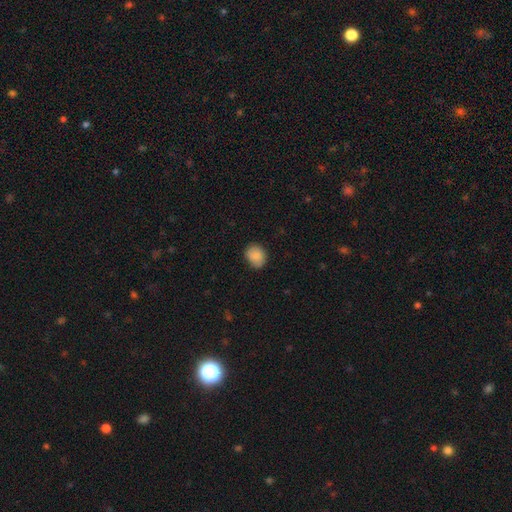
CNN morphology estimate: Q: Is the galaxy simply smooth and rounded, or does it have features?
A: smooth — 88%.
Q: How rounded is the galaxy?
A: round — 61%.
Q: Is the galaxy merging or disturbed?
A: none — 80%.